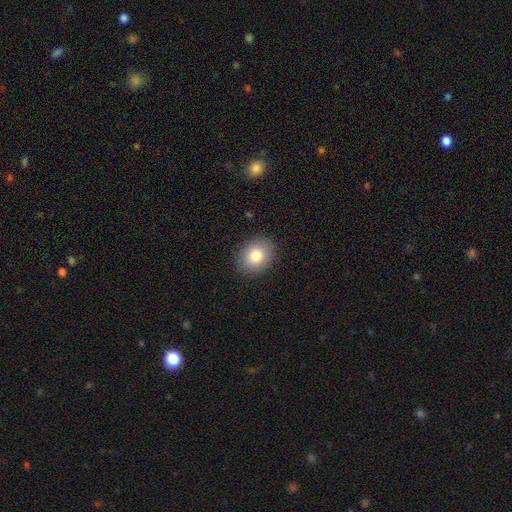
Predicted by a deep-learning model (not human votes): smooth_or_featured: smooth (p=0.83) [alt: star or artifact p=0.09]
how_rounded: round (p=0.56) [alt: in between p=0.43]
merging: none (p=0.89) [alt: minor disturbance p=0.08]